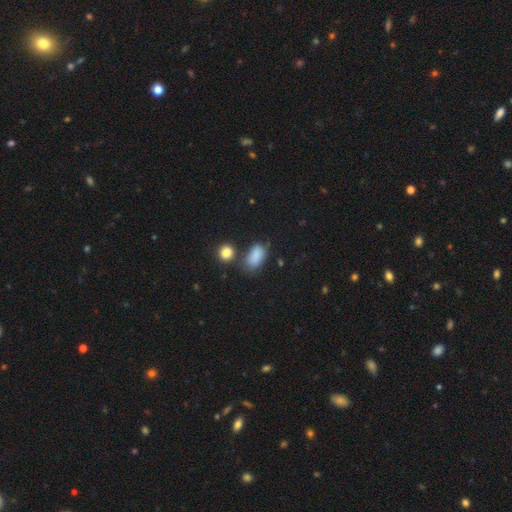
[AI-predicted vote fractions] Overall: smooth (85%). How rounded: in between (89%). Merging: none (54%; minor disturbance 25%).